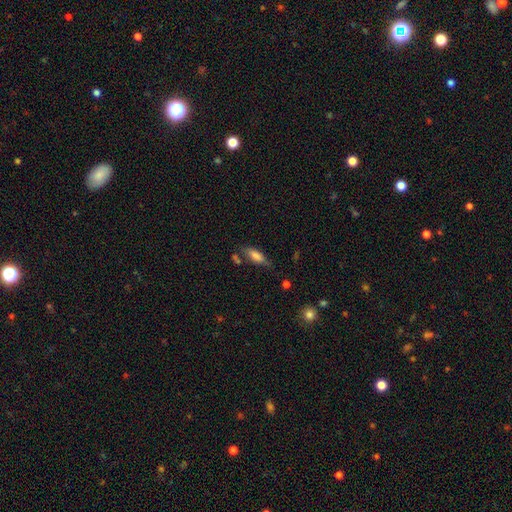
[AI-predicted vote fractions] Morphology: type=smooth (71%); roundness=in between (65%); merging=none (57%).